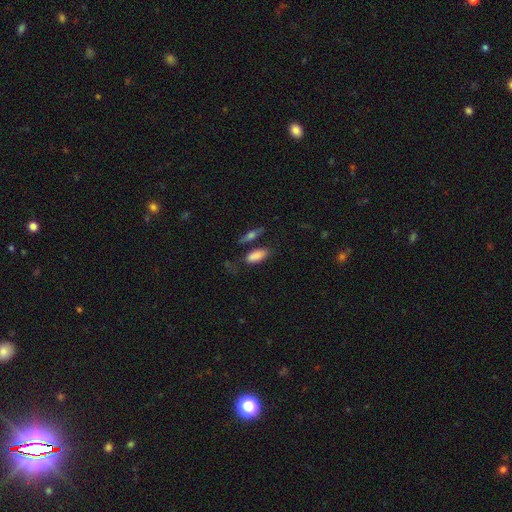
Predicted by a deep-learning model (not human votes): Q: Smooth or featured?
A: smooth (83%); runner-up: featured or disk (10%)
Q: How rounded?
A: in between (78%); runner-up: cigar-shaped (19%)
Q: Merging?
A: none (65%); runner-up: minor disturbance (18%)